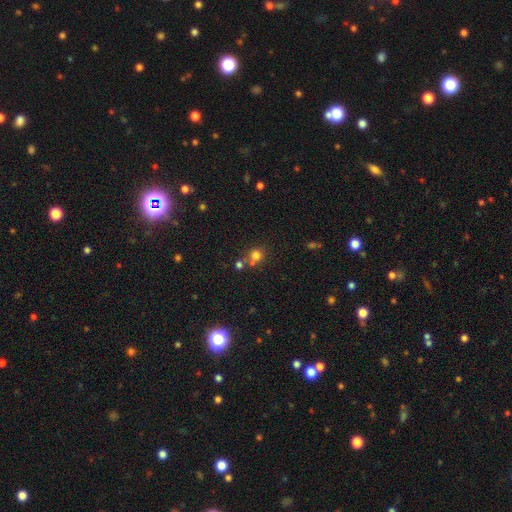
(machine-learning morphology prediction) Smooth or featured? Predicted: smooth (p=0.73). How rounded? Predicted: round (p=0.88). Merging? Predicted: none (p=0.59).